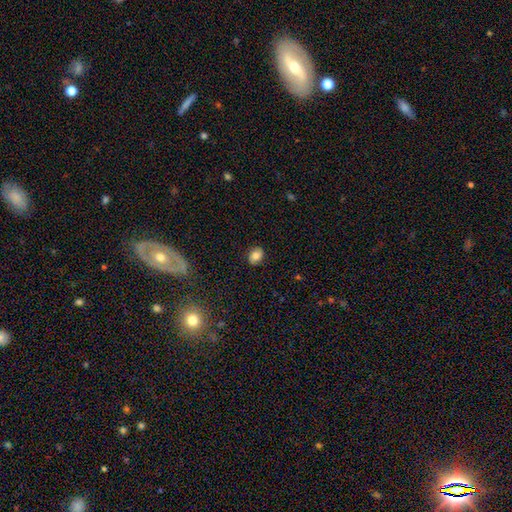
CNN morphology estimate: This is likely a smooth galaxy (79%). How rounded: possibly in between (60%). Merging: clearly none (86%).